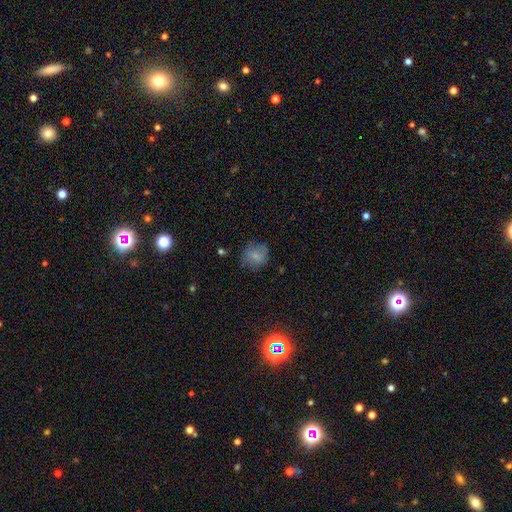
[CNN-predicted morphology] smooth-or-featured: smooth: 78% | featured or disk: 12% | star or artifact: 10%
  how-rounded: round: 81% | in between: 18% | cigar-shaped: 1%
  merging: none: 71% | minor disturbance: 21% | major disturbance: 7% | merger: 1%